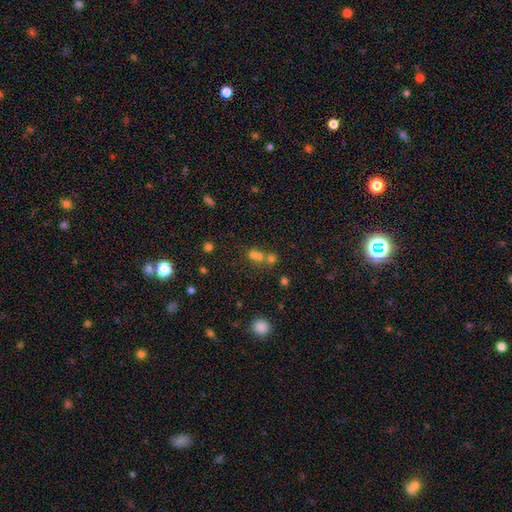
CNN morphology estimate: Smooth or featured: smooth — 58% (star or artifact — 27%)
How rounded: round — 76% (in between — 22%)
Merging: merger — 53% (none — 37%)